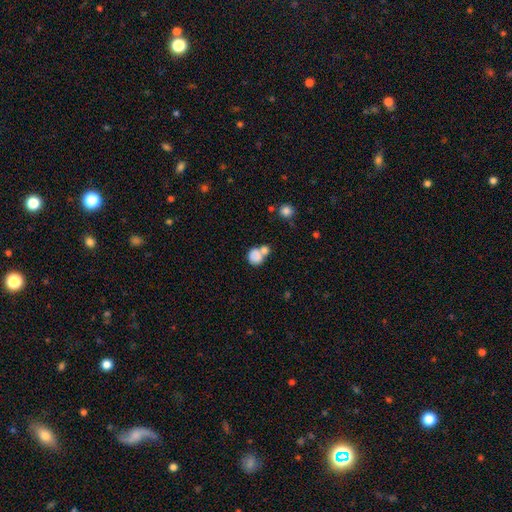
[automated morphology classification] smooth_or_featured: smooth (p=0.76) [alt: featured or disk p=0.14]
how_rounded: round (p=0.67) [alt: in between p=0.32]
merging: merger (p=0.49) [alt: none p=0.31]